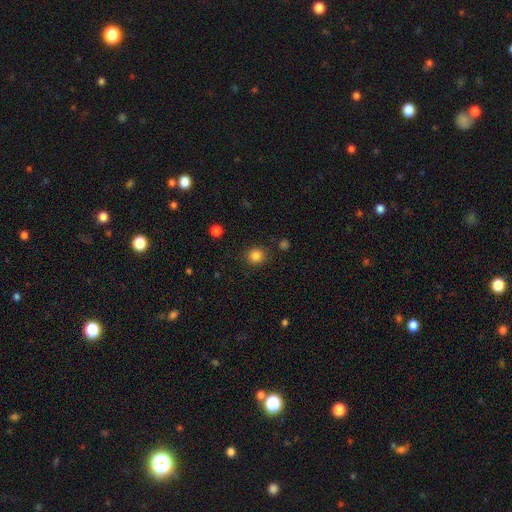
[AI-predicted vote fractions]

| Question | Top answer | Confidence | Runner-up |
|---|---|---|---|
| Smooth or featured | smooth | 83% | star or artifact (12%) |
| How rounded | round | 90% | in between (9%) |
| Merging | none | 89% | minor disturbance (7%) |